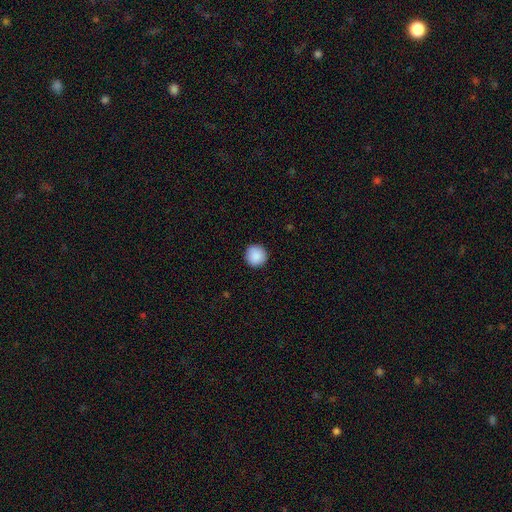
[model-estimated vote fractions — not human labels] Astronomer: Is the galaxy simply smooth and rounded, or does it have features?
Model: smooth — 89%.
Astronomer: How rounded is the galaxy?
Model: round — 96%.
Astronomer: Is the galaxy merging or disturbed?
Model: none — 92%.